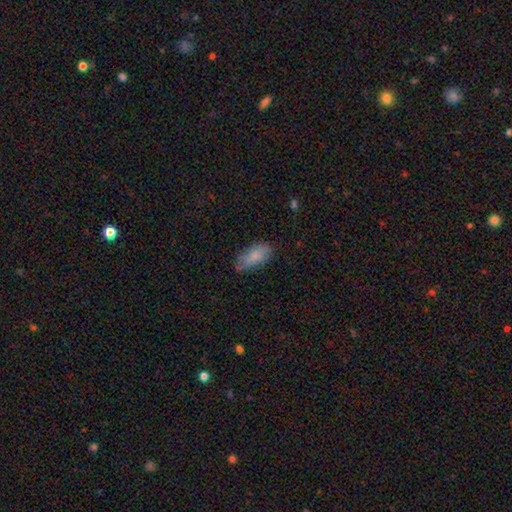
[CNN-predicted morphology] Smooth or featured? Predicted: smooth (p=0.83). How rounded? Predicted: in between (p=0.87). Merging? Predicted: none (p=0.71).